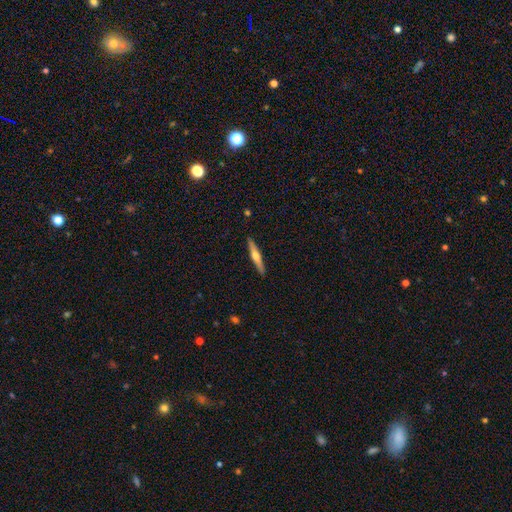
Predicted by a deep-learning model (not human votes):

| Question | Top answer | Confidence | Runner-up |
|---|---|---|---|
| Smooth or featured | featured or disk | 61% | smooth (34%) |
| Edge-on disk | yes | 97% | no (3%) |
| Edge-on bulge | rounded | 92% | none (5%) |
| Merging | none | 91% | minor disturbance (6%) |